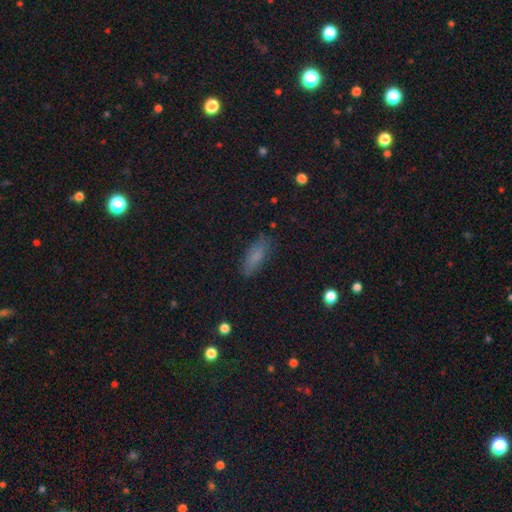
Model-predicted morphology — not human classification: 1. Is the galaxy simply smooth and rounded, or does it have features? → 75% smooth, 13% featured or disk, 12% star or artifact.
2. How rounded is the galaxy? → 70% in between, 27% cigar-shaped, 3% round.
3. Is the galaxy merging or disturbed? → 79% none, 15% minor disturbance, 4% major disturbance, 1% merger.